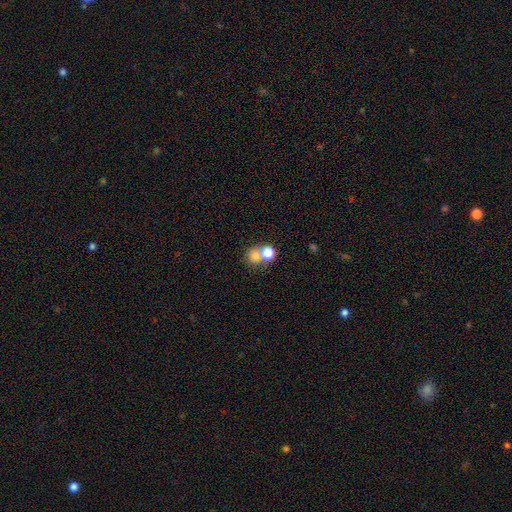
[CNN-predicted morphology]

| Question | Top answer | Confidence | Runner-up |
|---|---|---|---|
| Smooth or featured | smooth | 73% | star or artifact (16%) |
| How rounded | round | 79% | in between (20%) |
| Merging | none | 44% | merger (43%) |